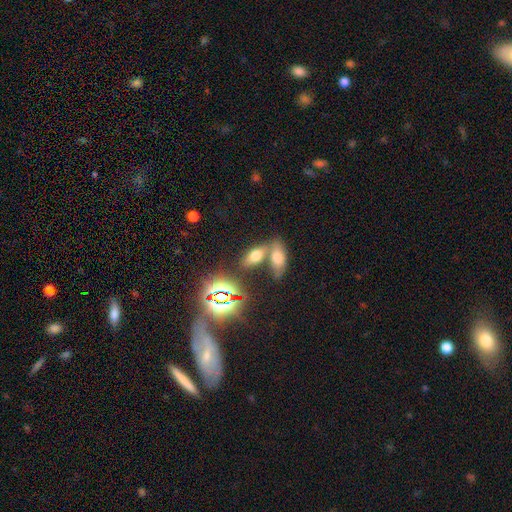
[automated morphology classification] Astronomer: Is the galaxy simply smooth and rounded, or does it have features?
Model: smooth — 61%.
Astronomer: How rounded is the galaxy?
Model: in between — 82%.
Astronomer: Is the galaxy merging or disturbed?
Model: none — 44% (runner-up: merger, 43%).